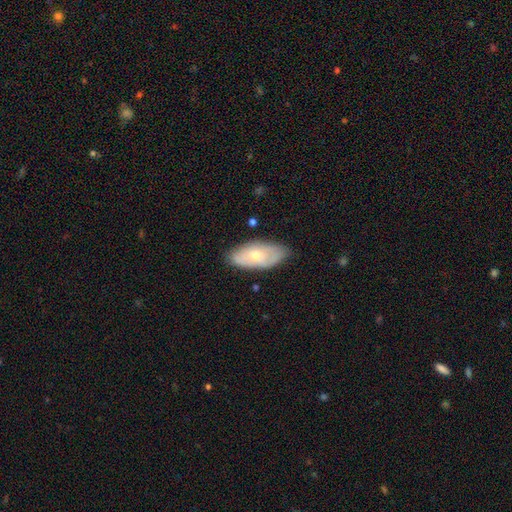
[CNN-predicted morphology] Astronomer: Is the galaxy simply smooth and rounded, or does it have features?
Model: smooth — 54% (runner-up: featured or disk, 40%).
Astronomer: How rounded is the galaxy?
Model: in between — 91%.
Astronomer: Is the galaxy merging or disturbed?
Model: none — 72%.